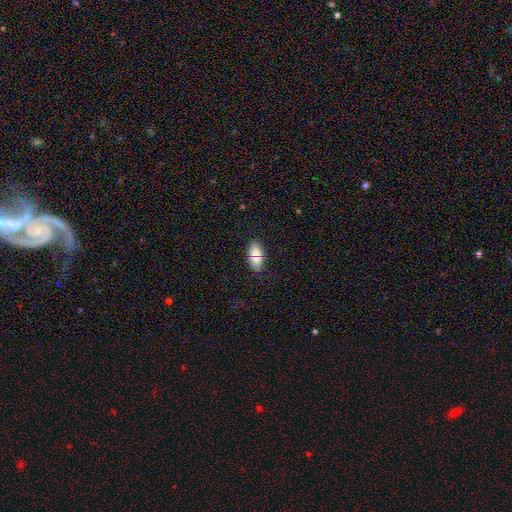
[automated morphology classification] Smooth or featured? smooth (74%)
How rounded? in between (85%)
Merging? none (78%)